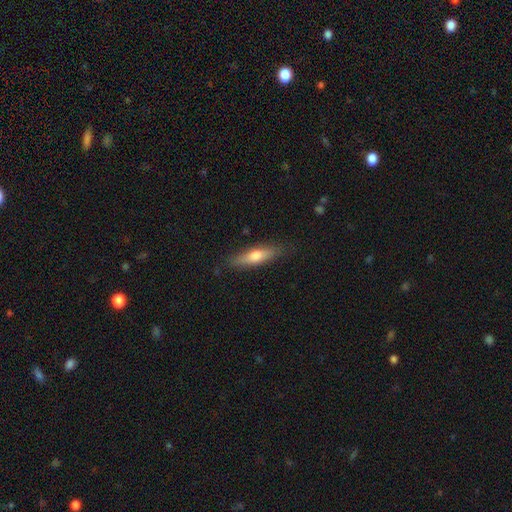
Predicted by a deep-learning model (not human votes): smooth_or_featured: smooth (p=0.60) [alt: featured or disk p=0.34]
how_rounded: cigar-shaped (p=0.70) [alt: in between p=0.28]
merging: none (p=0.84) [alt: minor disturbance p=0.12]